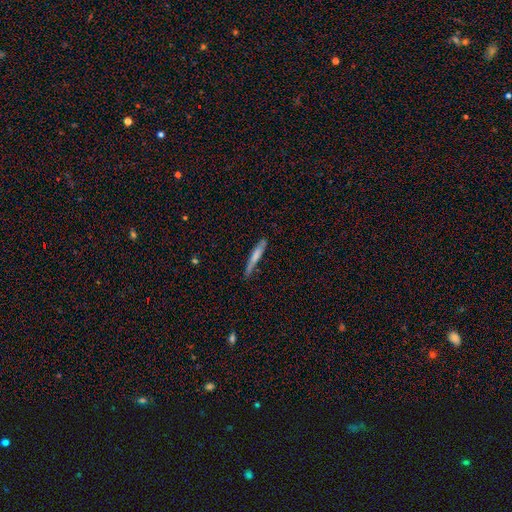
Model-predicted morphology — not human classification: Smooth or featured? Predicted: smooth (p=0.68). How rounded? Predicted: cigar-shaped (p=0.95). Merging? Predicted: none (p=0.75).